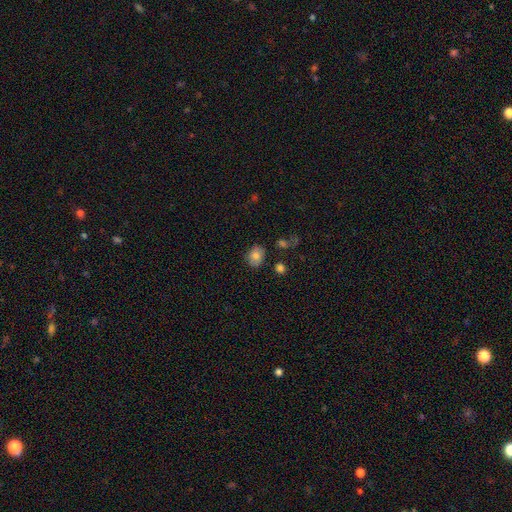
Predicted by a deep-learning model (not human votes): Smooth or featured?
  - smooth: 78% *
  - featured or disk: 12%
  - star or artifact: 10%
How rounded?
  - round: 50% *
  - in between: 49%
  - cigar-shaped: 1%
Merging?
  - none: 79% *
  - minor disturbance: 14%
  - merger: 4%
  - major disturbance: 3%